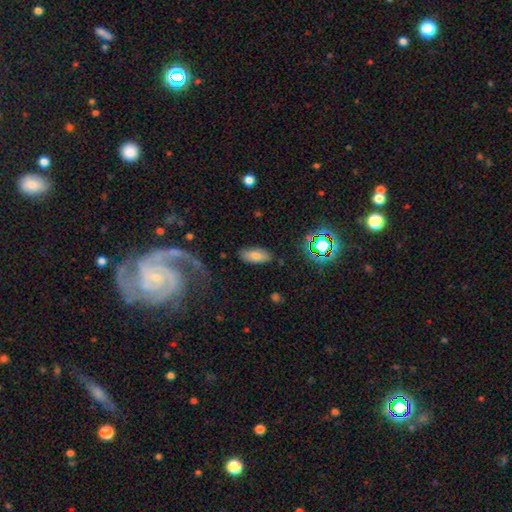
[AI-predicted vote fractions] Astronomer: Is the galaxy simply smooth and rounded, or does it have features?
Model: smooth — 72%.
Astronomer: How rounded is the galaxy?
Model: in between — 86%.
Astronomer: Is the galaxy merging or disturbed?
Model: none — 83%.